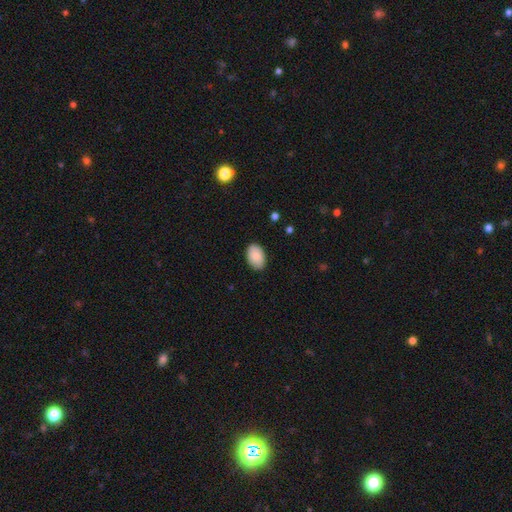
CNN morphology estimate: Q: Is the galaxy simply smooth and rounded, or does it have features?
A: smooth — 86%.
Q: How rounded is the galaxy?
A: in between — 91%.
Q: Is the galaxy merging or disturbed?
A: none — 87%.